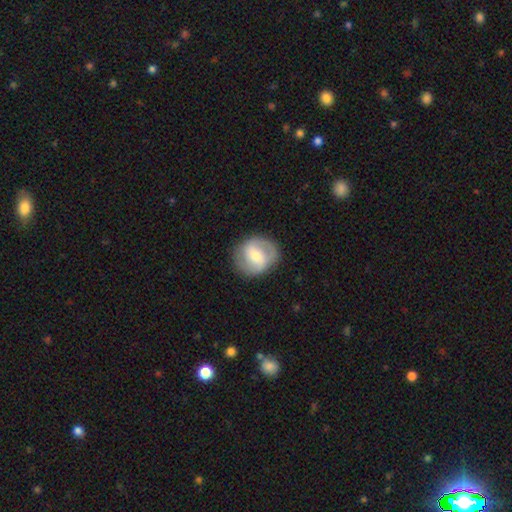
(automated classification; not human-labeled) This appears to be a featured or disk galaxy (61%) with a weak bar (44%), spiral arms (71%) and a moderate central bulge (56%). Merging: none (81%).